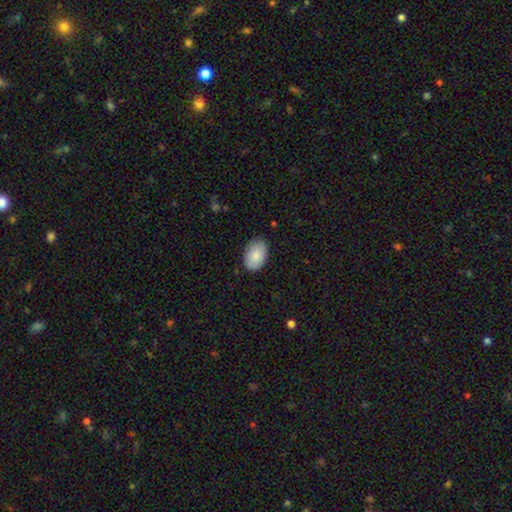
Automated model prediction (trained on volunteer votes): Smooth or featured? Predicted: smooth (p=0.88). How rounded? Predicted: in between (p=0.90). Merging? Predicted: none (p=0.86).